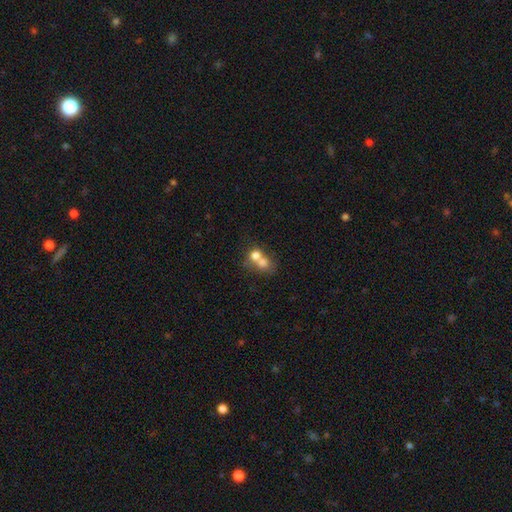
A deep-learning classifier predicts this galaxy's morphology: Smooth or featured? Predicted: smooth (p=0.71). How rounded? Predicted: round (p=0.66). Merging? Predicted: merger (p=0.68).